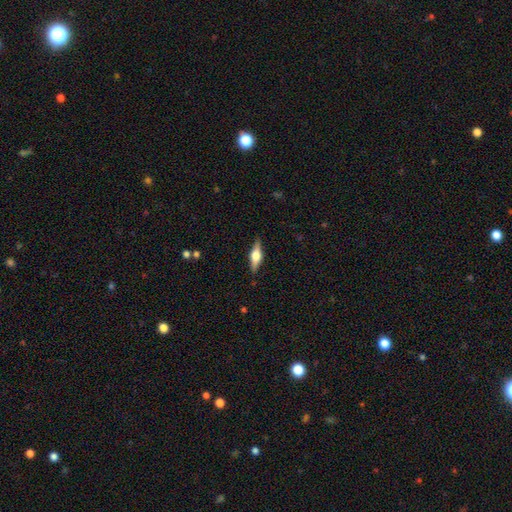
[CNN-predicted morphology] Overall: featured or disk (59%; smooth 34%). Edge-on disk: yes (96%). Edge-on bulge: rounded (93%). Merging: none (88%).